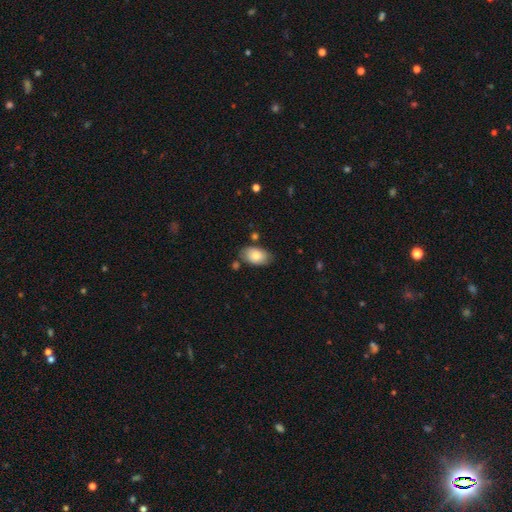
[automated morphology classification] A smooth galaxy with no disk features (80%) that is in between round and cigar-shaped (93%).

Vote fractions:
- Smooth or featured? smooth: 80% / featured or disk: 13% / star or artifact: 7%
- How rounded? in between: 93% / round: 6% / cigar-shaped: 1%
- Merging? none: 73% / minor disturbance: 18% / merger: 6% / major disturbance: 4%